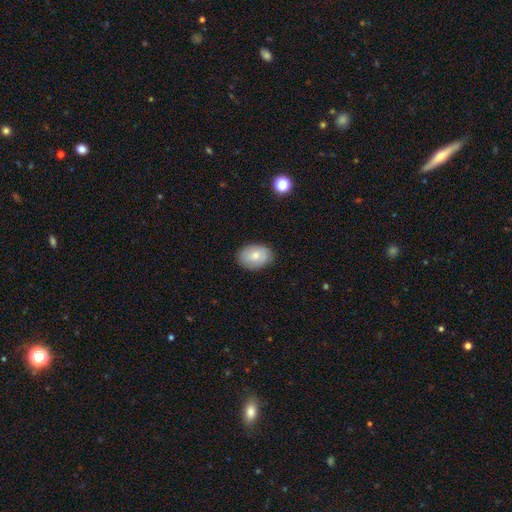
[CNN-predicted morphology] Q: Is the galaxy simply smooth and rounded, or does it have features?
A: smooth — 77%.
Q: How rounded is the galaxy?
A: in between — 82%.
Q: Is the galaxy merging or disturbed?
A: none — 86%.